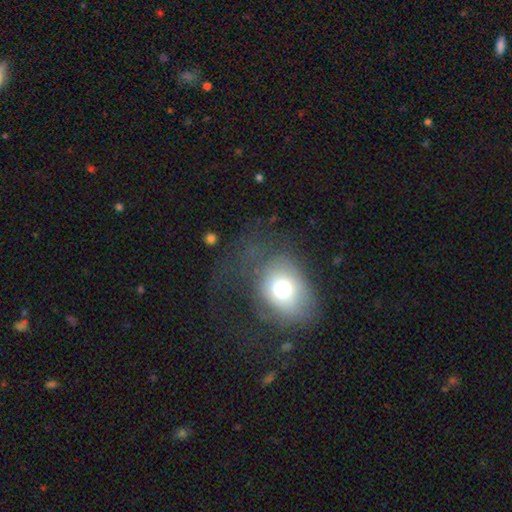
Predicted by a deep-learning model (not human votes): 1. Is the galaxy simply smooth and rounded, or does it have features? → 59% smooth, 24% featured or disk, 17% star or artifact.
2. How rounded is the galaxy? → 50% round, 48% in between, 1% cigar-shaped.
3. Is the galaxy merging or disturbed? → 46% none, 31% major disturbance, 21% minor disturbance, 3% merger.